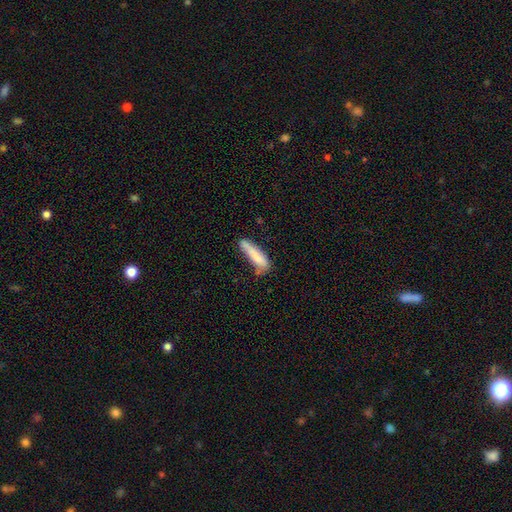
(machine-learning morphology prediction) smooth-or-featured: smooth: 78% | featured or disk: 15% | star or artifact: 7%
  how-rounded: cigar-shaped: 79% | in between: 20% | round: 1%
  merging: none: 55% | minor disturbance: 29% | major disturbance: 9% | merger: 7%